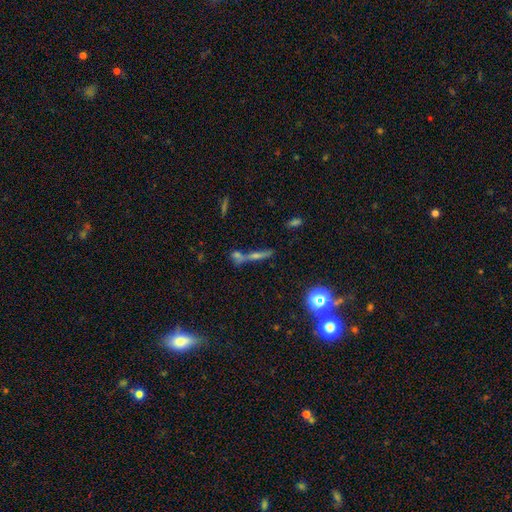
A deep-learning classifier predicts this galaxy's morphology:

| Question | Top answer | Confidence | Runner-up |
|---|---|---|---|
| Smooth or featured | featured or disk | 43% | smooth (32%) |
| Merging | none | 52% | merger (33%) |